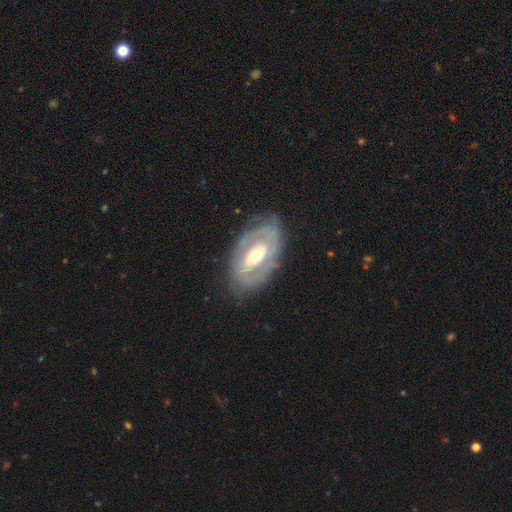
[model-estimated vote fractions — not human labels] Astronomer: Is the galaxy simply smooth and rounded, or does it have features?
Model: featured or disk — 81%.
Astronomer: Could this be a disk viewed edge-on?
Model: no — 94%.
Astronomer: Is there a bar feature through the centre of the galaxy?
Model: no — 39% (runner-up: weak, 36%).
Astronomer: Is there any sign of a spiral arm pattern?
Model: yes — 81%.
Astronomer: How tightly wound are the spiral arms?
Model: tight — 64%.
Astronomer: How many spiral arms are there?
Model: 2 — 56%.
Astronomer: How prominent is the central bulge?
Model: moderate — 54% (runner-up: small, 40%).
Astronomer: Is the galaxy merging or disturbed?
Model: none — 79%.